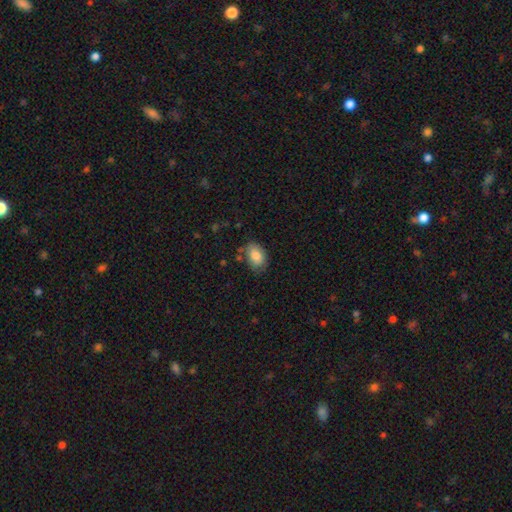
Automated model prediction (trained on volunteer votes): This appears to be a smooth galaxy with no disk features (84%) that is in between round and cigar-shaped (86%). Merging: none (72%).